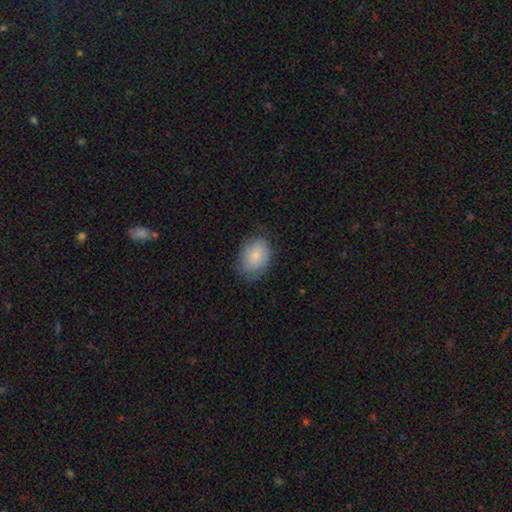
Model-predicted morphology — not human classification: Smooth or featured?
  - smooth: 80% *
  - featured or disk: 12%
  - star or artifact: 7%
How rounded?
  - in between: 75% *
  - round: 24%
  - cigar-shaped: 1%
Merging?
  - none: 72% *
  - minor disturbance: 21%
  - major disturbance: 5%
  - merger: 1%